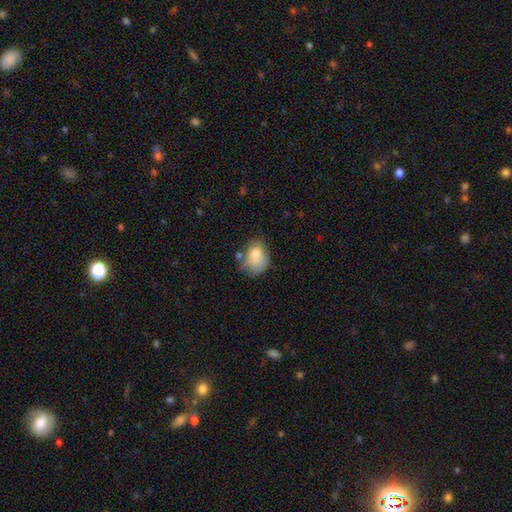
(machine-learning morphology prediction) Smooth or featured? smooth (79%)
How rounded? in between (64%)
Merging? none (47%)